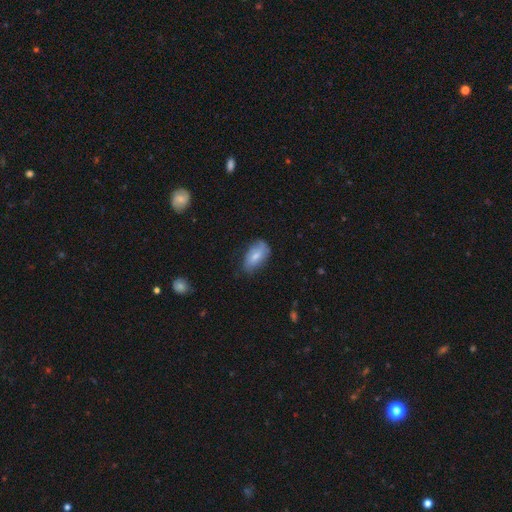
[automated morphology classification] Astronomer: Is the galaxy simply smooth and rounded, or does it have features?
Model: smooth — 67%.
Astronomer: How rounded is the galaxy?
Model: in between — 92%.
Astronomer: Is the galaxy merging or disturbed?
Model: none — 63%.